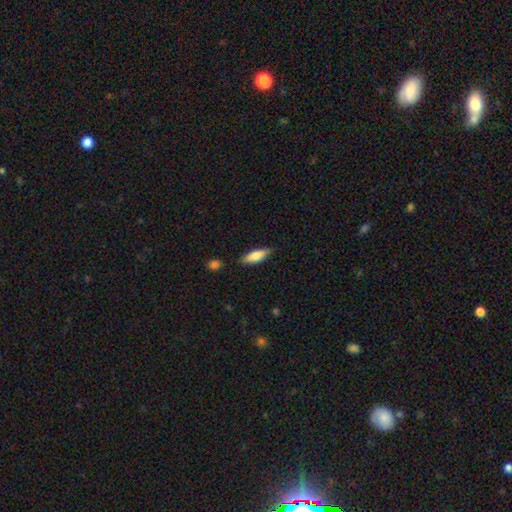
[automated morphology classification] This appears to be a smooth galaxy with no disk features (75%) that is in between round and cigar-shaped (60%). Merging: none (80%).